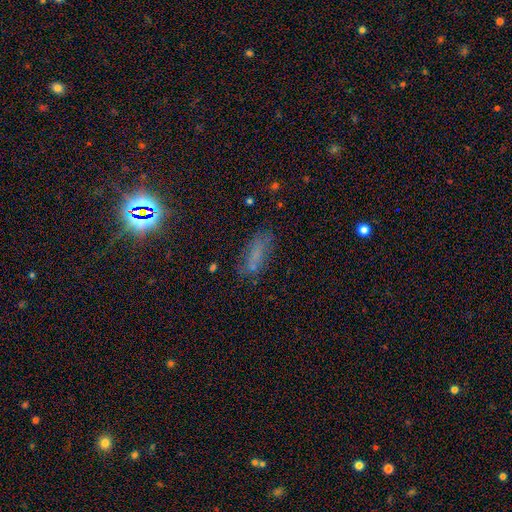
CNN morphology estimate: Smooth or featured? Predicted: smooth (p=0.53). How rounded? Predicted: in between (p=0.60). Merging? Predicted: none (p=0.61).